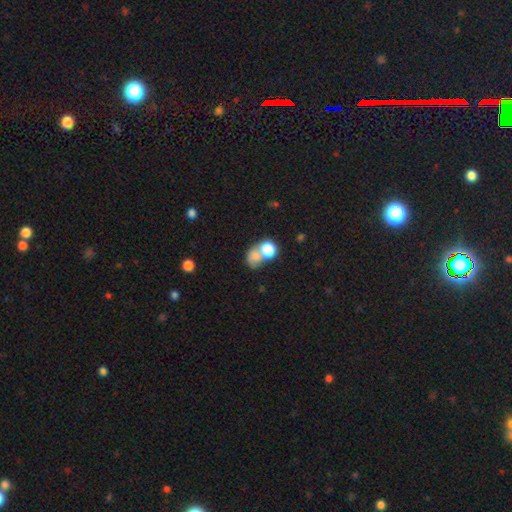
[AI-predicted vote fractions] This is likely a smooth galaxy (73%). How rounded: possibly round (56%). Merging: possibly merger (58%).